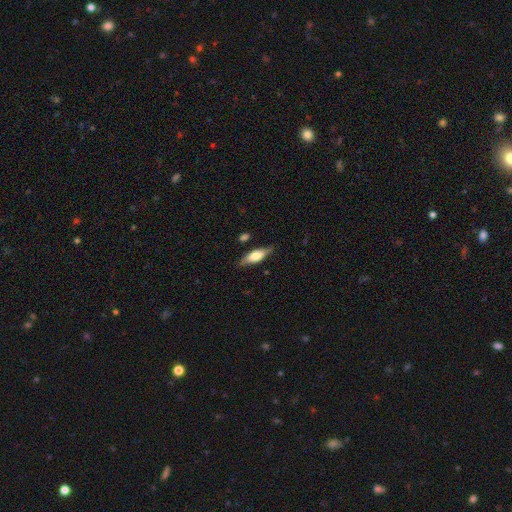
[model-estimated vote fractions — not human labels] Smooth or featured: smooth — 61% (featured or disk — 33%)
How rounded: in between — 53% (cigar-shaped — 45%)
Merging: none — 81% (minor disturbance — 14%)